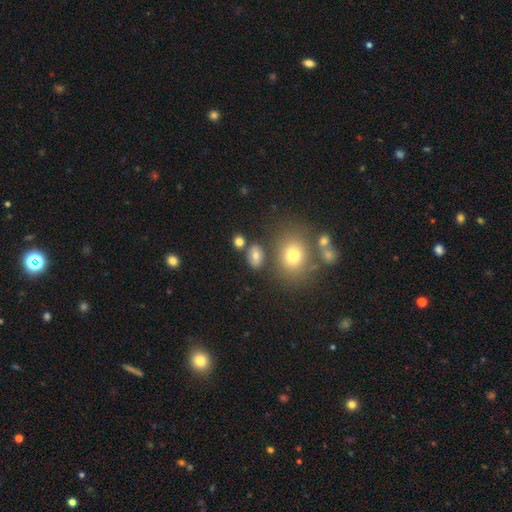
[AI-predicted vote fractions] smooth 72%, featured or disk 14%, star or artifact 14%. Down the decision tree: how rounded — in between (72%); merging — none (74%).